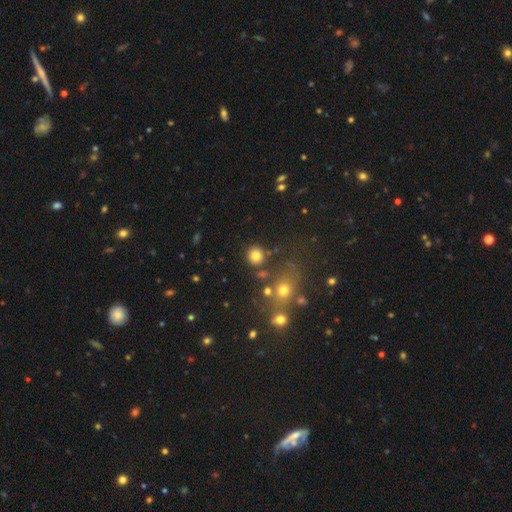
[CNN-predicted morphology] Overall: smooth (79%). How rounded: round (91%). Merging: none (82%).